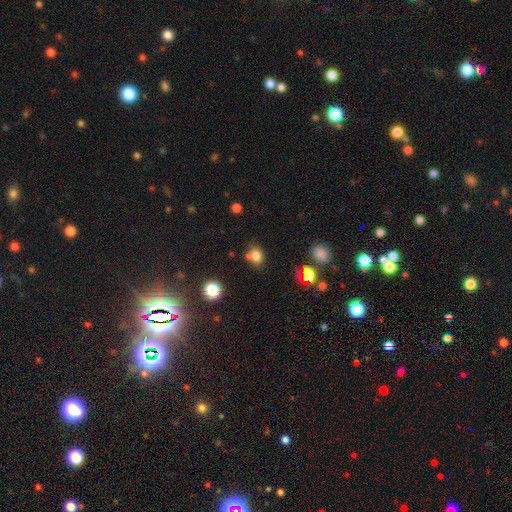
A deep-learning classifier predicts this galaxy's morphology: Smooth or featured? smooth (77%)
How rounded? in between (51%)
Merging? none (57%)